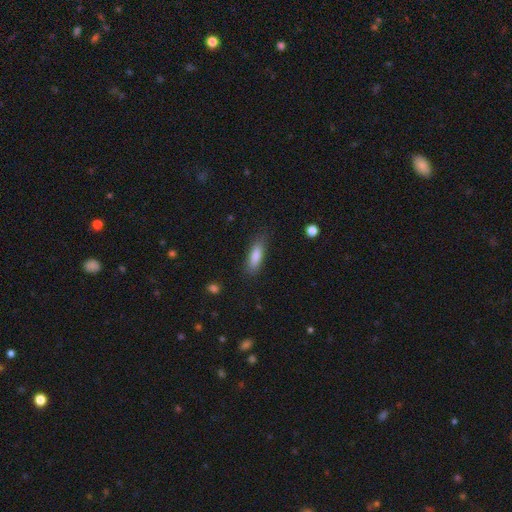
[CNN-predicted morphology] A smooth galaxy with no disk features (80%) that is cigar-shaped (51%). Merging: none (81%).